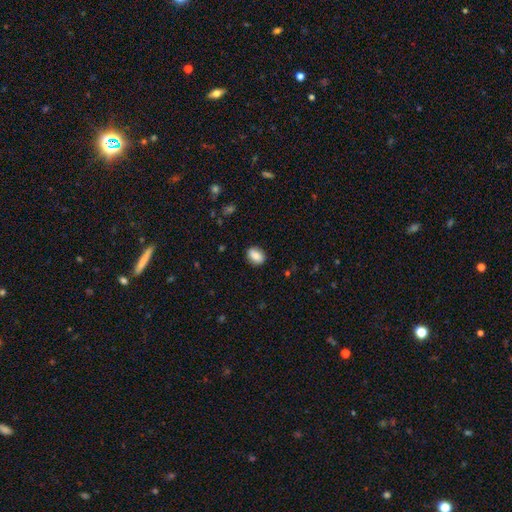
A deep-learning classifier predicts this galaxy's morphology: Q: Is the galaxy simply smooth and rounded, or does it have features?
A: smooth — 82%.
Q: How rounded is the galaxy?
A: in between — 73%.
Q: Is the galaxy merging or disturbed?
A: none — 86%.